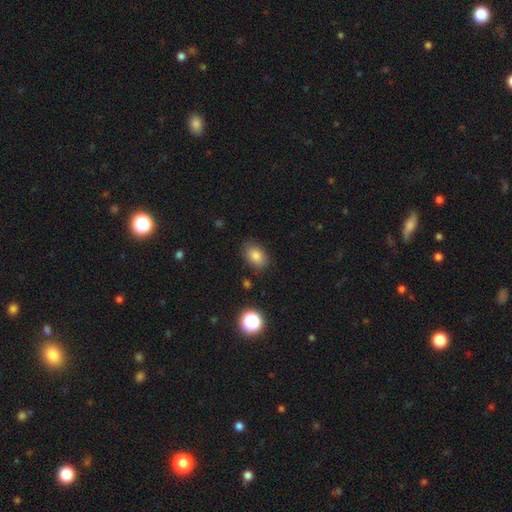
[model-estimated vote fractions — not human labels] Smooth or featured? smooth (83%)
How rounded? in between (80%)
Merging? none (82%)